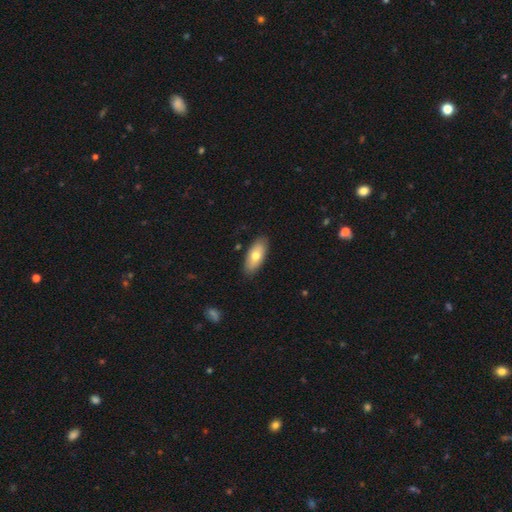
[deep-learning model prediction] Morphology: type=smooth (69%); roundness=in between (85%); merging=none (87%).